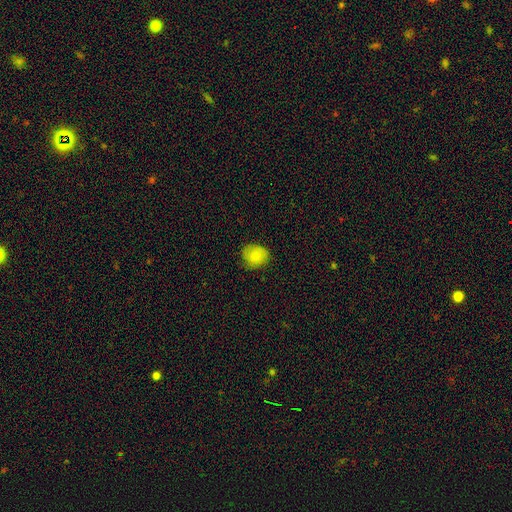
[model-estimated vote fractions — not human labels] Overall: smooth (80%). How rounded: round (75%). Merging: none (76%).